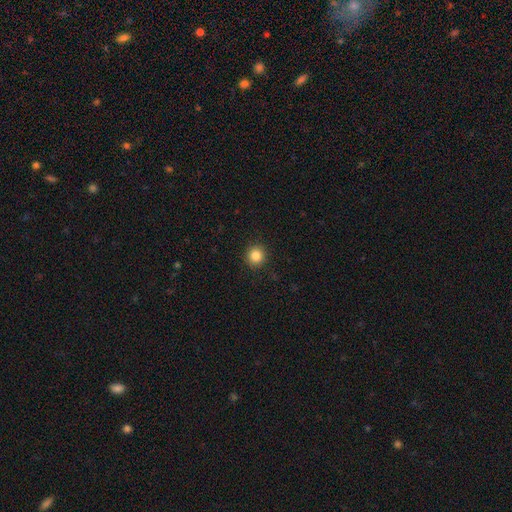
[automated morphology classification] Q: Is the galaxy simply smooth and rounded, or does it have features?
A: smooth — 85%.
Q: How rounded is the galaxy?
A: round — 93%.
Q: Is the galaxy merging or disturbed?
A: none — 92%.